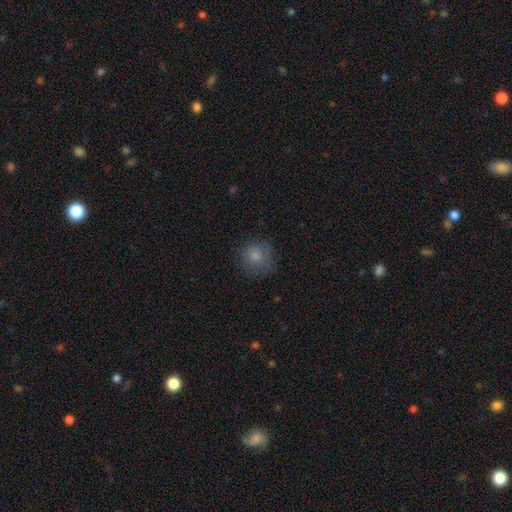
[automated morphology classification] Smooth or featured? Predicted: smooth (p=0.80). How rounded? Predicted: round (p=0.85). Merging? Predicted: none (p=0.67).